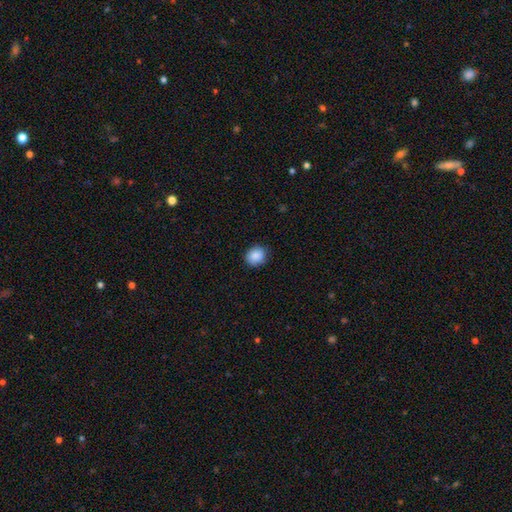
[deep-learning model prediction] smooth_or_featured: smooth (p=0.88) [alt: star or artifact p=0.08]
how_rounded: round (p=0.77) [alt: in between p=0.23]
merging: none (p=0.86) [alt: minor disturbance p=0.11]